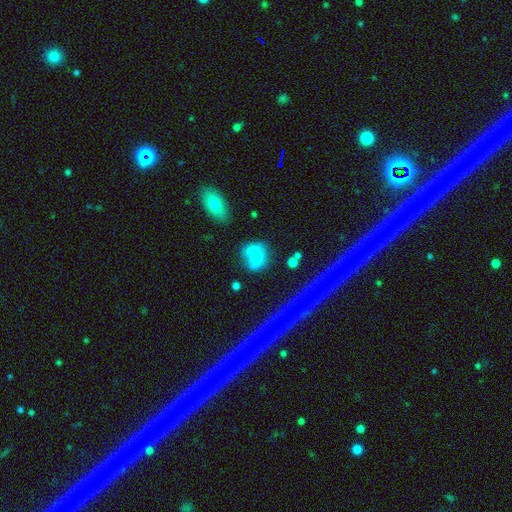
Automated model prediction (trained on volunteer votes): This appears to be a smooth galaxy with no disk features (65%) that is round (57%). Merging: none (47%).